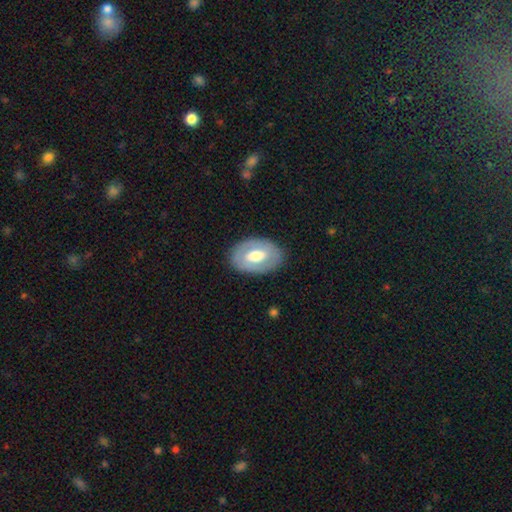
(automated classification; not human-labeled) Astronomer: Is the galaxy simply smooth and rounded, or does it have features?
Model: featured or disk — 50% (runner-up: smooth, 44%).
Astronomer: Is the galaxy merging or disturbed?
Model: none — 83%.